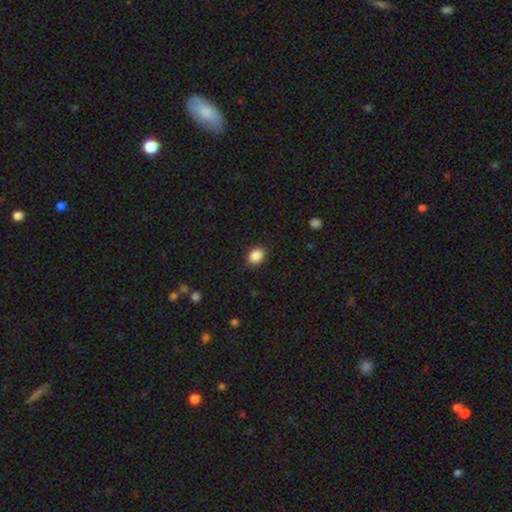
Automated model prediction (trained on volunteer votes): A smooth galaxy with no disk features (88%) that is round (62%). Merging: none (88%).